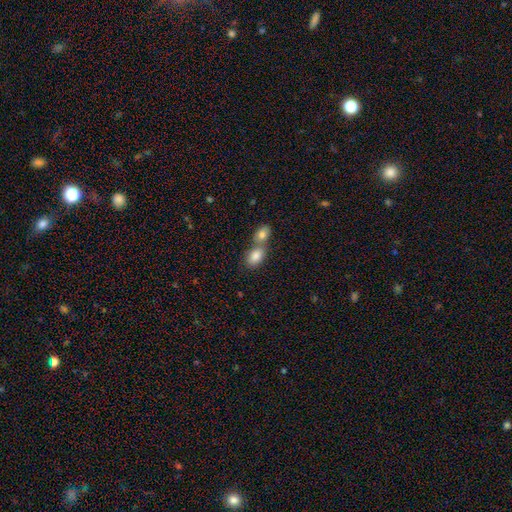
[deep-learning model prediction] This appears to be a smooth galaxy with no disk features (83%) that is in between round and cigar-shaped (81%). Merging: merger (57%).